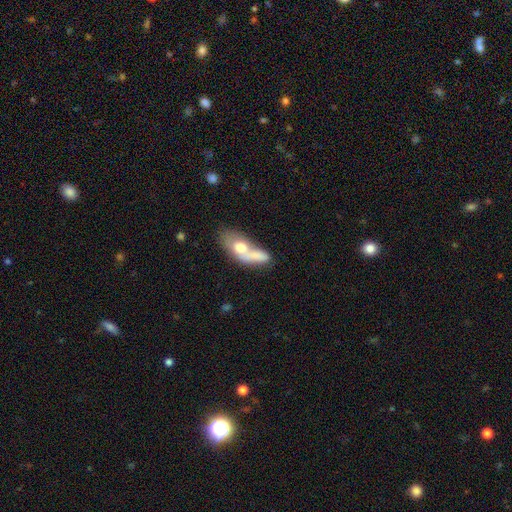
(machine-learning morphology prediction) A smooth galaxy with no disk features (67%) that is in between round and cigar-shaped (72%).

Vote fractions:
- Smooth or featured? smooth: 67% / featured or disk: 27% / star or artifact: 7%
- How rounded? in between: 72% / cigar-shaped: 16% / round: 12%
- Merging? merger: 57% / none: 18% / major disturbance: 13% / minor disturbance: 12%